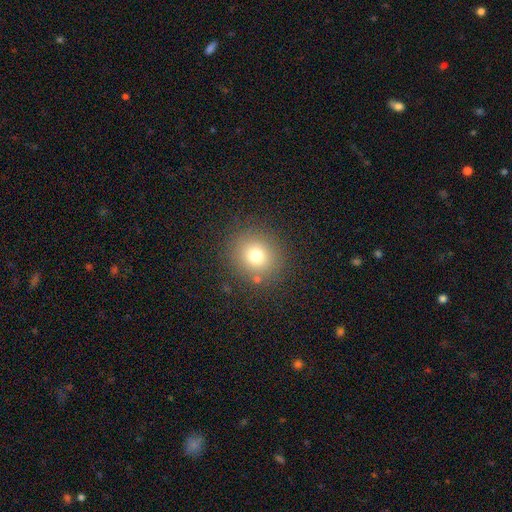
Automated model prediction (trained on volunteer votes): Smooth or featured?
  - smooth: 74% *
  - star or artifact: 16%
  - featured or disk: 10%
How rounded?
  - round: 90% *
  - in between: 10%
  - cigar-shaped: 1%
Merging?
  - none: 85% *
  - minor disturbance: 8%
  - major disturbance: 4%
  - merger: 3%